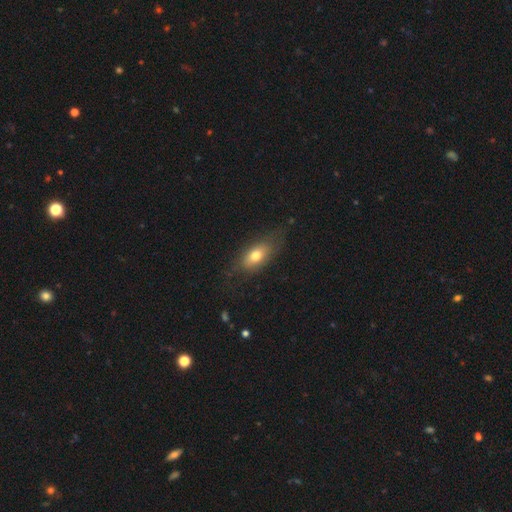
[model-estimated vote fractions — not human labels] Smooth or featured? smooth (70%)
How rounded? in between (81%)
Merging? none (69%)